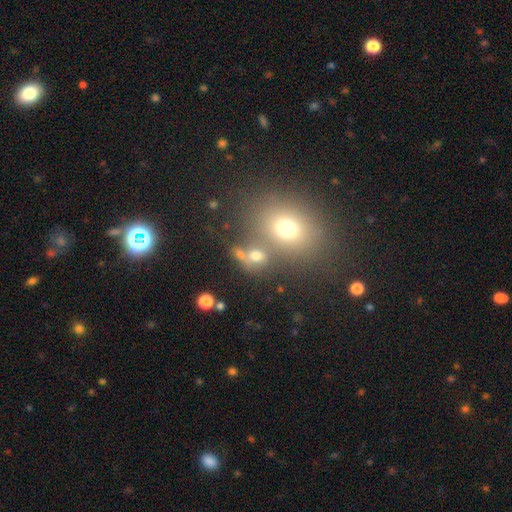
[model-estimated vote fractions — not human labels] The model was most divided on "merging": none: 45%, merger: 36%, minor disturbance: 10%, major disturbance: 8%. More confident: smooth or featured — smooth (68%); how rounded — round (56%).